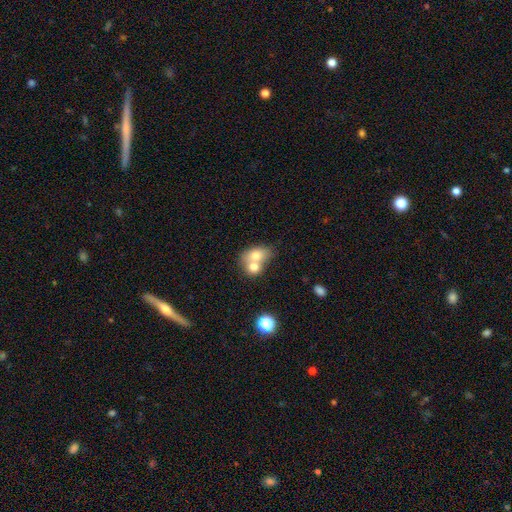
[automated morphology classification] A smooth galaxy with no disk features (70%) that is in between round and cigar-shaped (61%).

Vote fractions:
- Smooth or featured? smooth: 70% / featured or disk: 21% / star or artifact: 9%
- How rounded? in between: 61% / round: 38% / cigar-shaped: 1%
- Merging? merger: 67% / none: 23% / minor disturbance: 7% / major disturbance: 3%